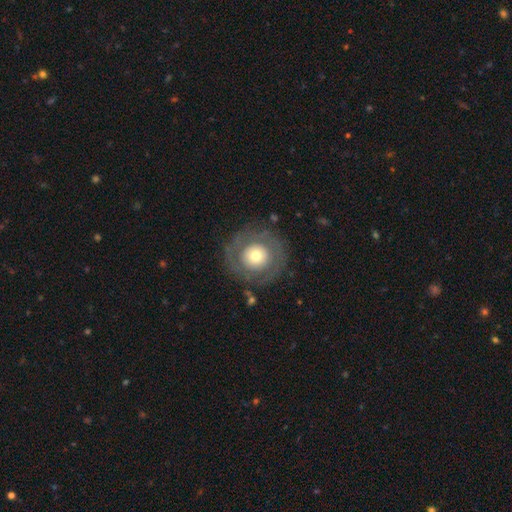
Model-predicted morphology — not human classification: Overall: smooth (50%; featured or disk 42%). How rounded: round (94%). Merging: none (81%).